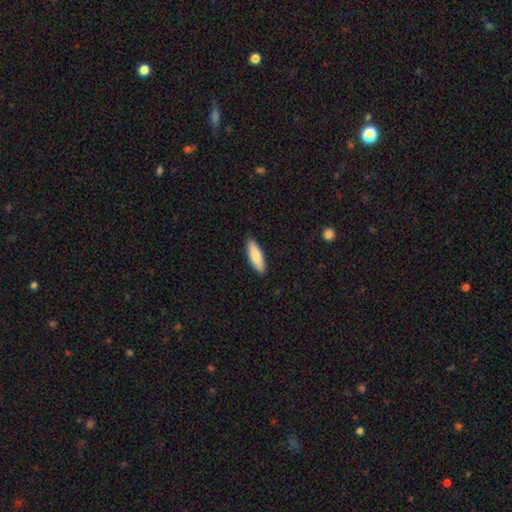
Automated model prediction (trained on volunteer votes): smooth 83%, featured or disk 11%, star or artifact 5%. Down the decision tree: how rounded — cigar-shaped (52%); merging — none (90%).